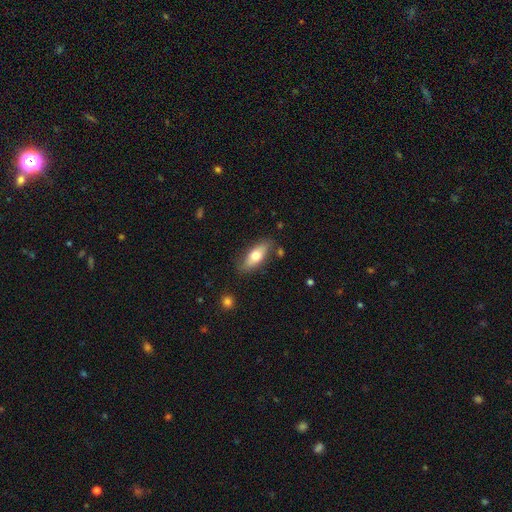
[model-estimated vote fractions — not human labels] Overall: smooth (65%; featured or disk 29%). How rounded: in between (77%). Merging: none (79%).